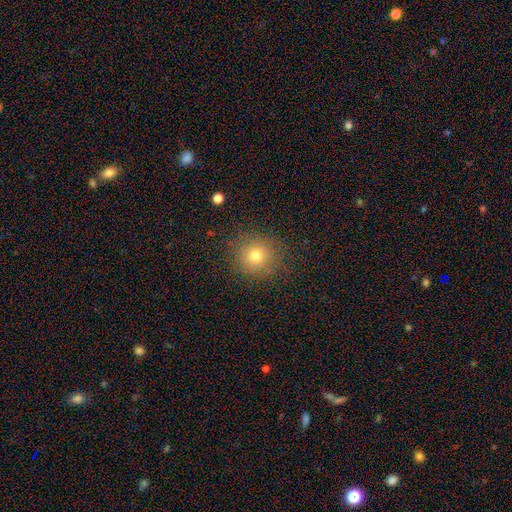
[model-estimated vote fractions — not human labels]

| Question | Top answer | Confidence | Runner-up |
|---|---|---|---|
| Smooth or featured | smooth | 75% | star or artifact (15%) |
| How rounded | round | 90% | in between (9%) |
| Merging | none | 87% | minor disturbance (9%) |